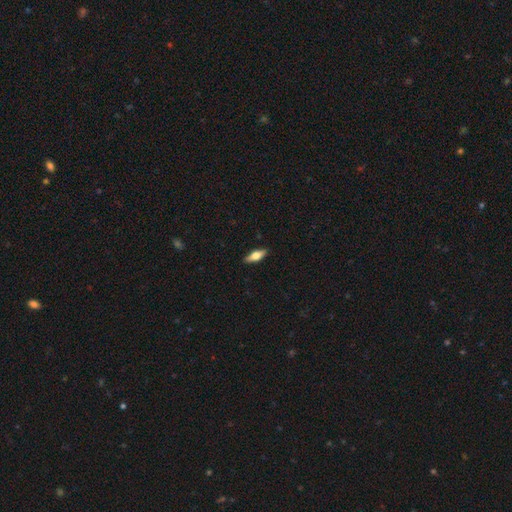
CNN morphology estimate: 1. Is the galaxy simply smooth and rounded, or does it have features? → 51% smooth, 43% featured or disk, 6% star or artifact.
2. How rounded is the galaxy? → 60% in between, 37% cigar-shaped, 3% round.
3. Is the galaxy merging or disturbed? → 90% none, 7% minor disturbance, 2% major disturbance, 1% merger.